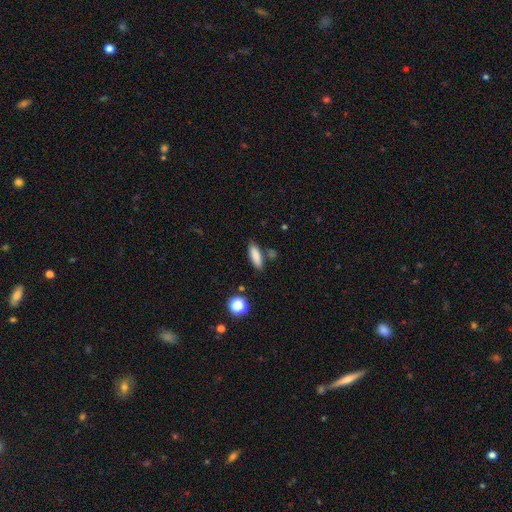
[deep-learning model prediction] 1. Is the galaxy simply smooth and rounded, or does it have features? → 85% smooth, 8% star or artifact, 7% featured or disk.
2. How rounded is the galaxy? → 56% in between, 41% cigar-shaped, 3% round.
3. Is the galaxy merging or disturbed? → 79% none, 12% minor disturbance, 6% merger, 3% major disturbance.